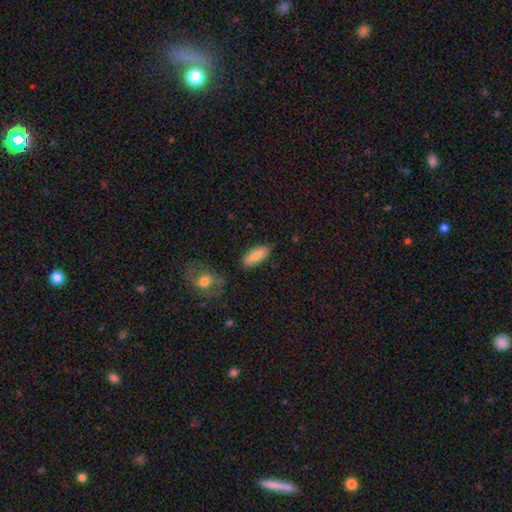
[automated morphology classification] Smooth or featured: smooth — 82% (featured or disk — 12%)
How rounded: in between — 72% (cigar-shaped — 26%)
Merging: none — 81% (minor disturbance — 13%)